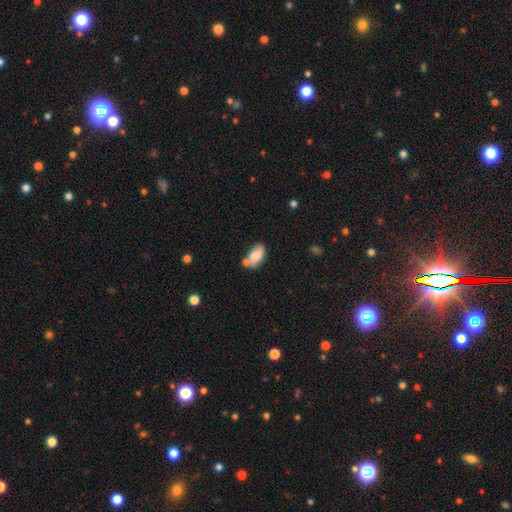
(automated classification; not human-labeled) smooth_or_featured: smooth (p=0.78) [alt: featured or disk p=0.15]
how_rounded: in between (p=0.93) [alt: round p=0.04]
merging: none (p=0.50) [alt: merger p=0.23]